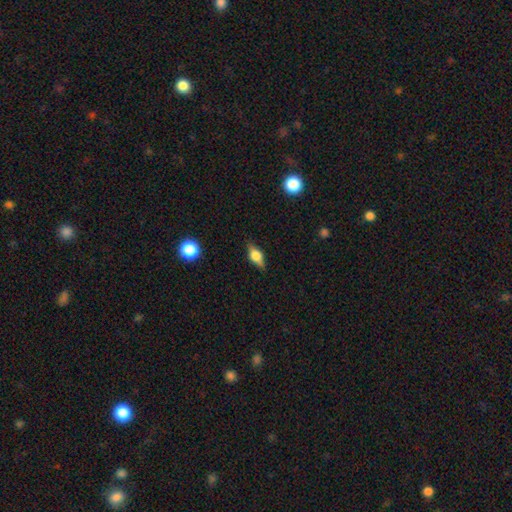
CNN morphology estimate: A featured or disk galaxy (48%). Merging: none (82%).